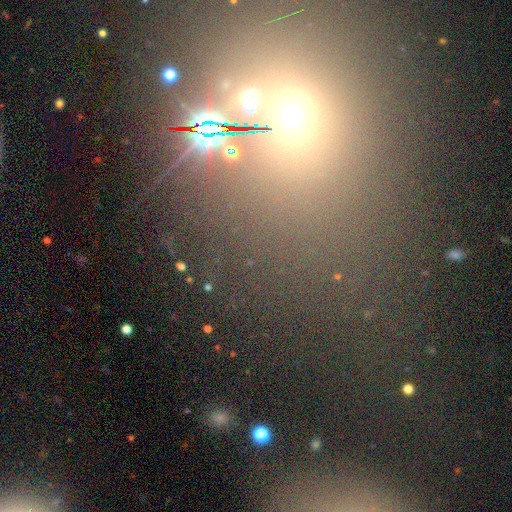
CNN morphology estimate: Smooth or featured?
  - star or artifact: 49% *
  - smooth: 40%
  - featured or disk: 12%